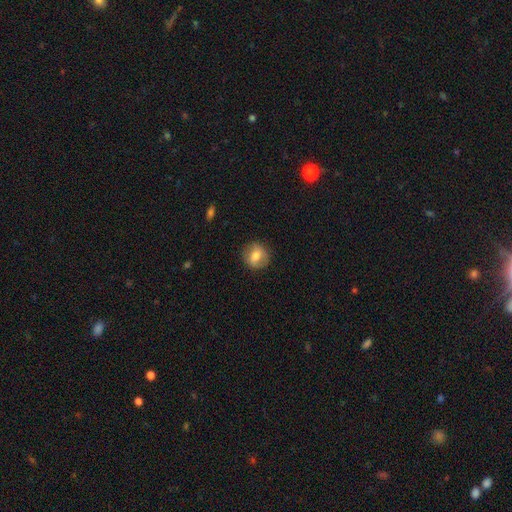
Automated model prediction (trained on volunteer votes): Smooth or featured? Predicted: smooth (p=0.68). How rounded? Predicted: round (p=0.78). Merging? Predicted: none (p=0.85).